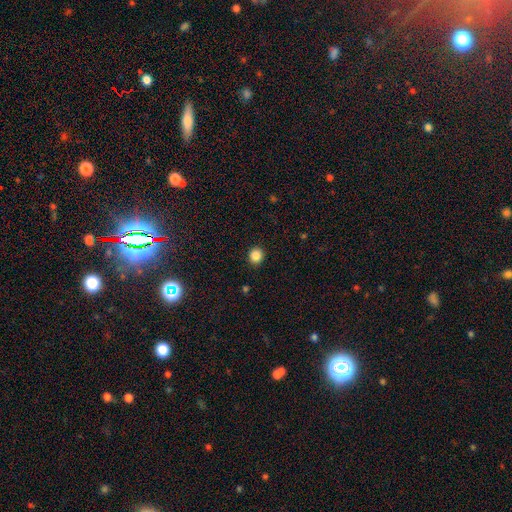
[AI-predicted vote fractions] This is clearly a smooth galaxy (86%). How rounded: clearly round (86%). Merging: clearly none (92%).